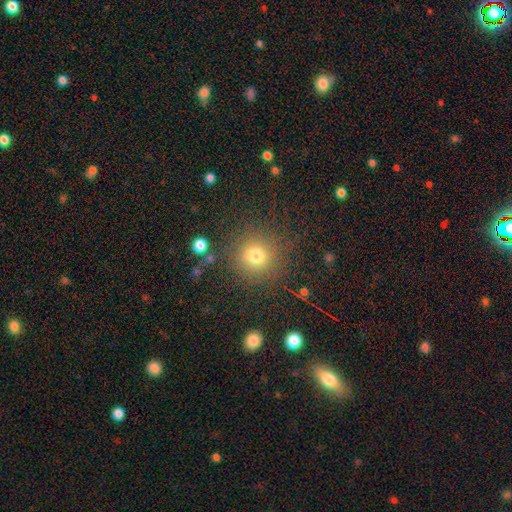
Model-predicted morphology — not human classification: A smooth galaxy with no disk features (75%) that is round (93%).

Vote fractions:
- Smooth or featured? smooth: 75% / star or artifact: 17% / featured or disk: 8%
- How rounded? round: 93% / in between: 6% / cigar-shaped: 1%
- Merging? none: 84% / minor disturbance: 9% / major disturbance: 4% / merger: 3%